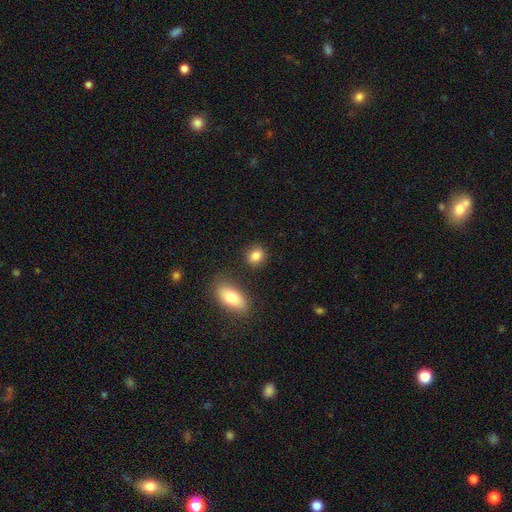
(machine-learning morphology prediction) Smooth or featured: smooth — 85% (star or artifact — 9%)
How rounded: round — 54% (in between — 44%)
Merging: none — 82% (minor disturbance — 10%)